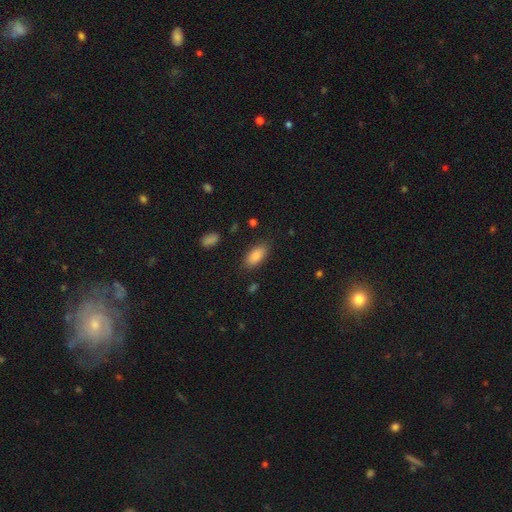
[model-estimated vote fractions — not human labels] Overall: smooth (86%). How rounded: in between (89%). Merging: none (84%).